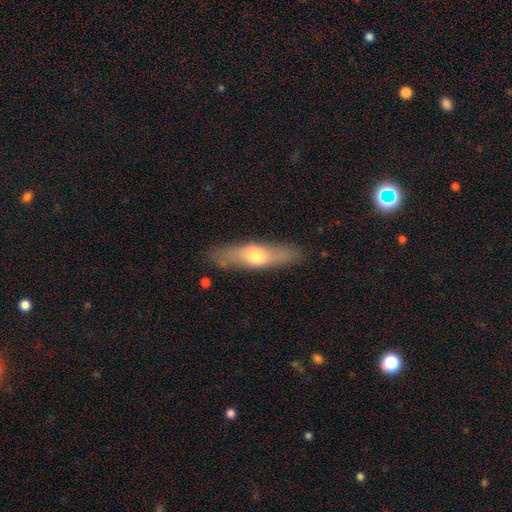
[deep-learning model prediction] Morphology: type=smooth (52%); roundness=cigar-shaped (65%); merging=none (82%).